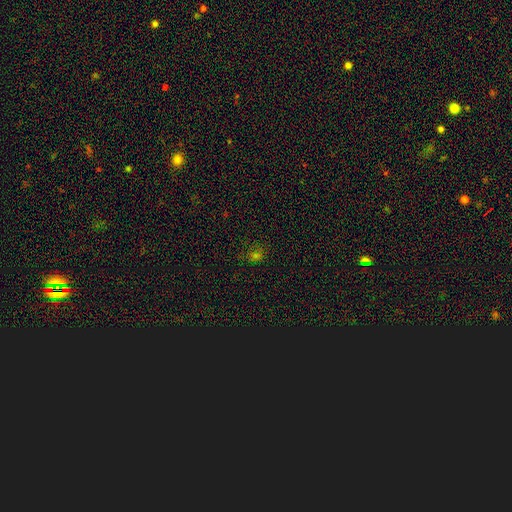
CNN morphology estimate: This is possibly a smooth galaxy (48%). Merging: likely none (70%).